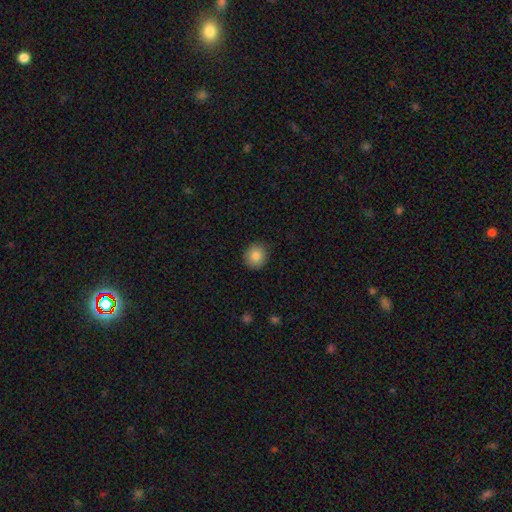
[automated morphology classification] type=smooth (85%); roundness=round (88%); merging=none (89%).